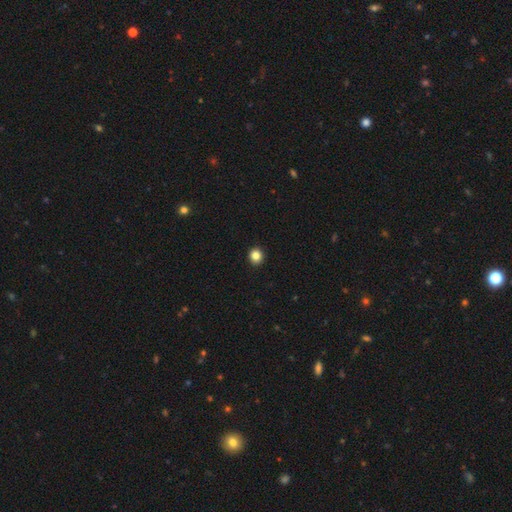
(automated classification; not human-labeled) Overall: smooth (85%). How rounded: round (86%). Merging: none (93%).